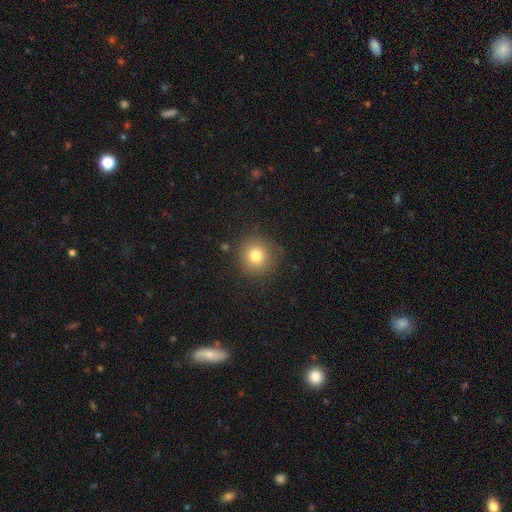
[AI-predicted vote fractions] Smooth or featured? Predicted: smooth (p=0.78). How rounded? Predicted: round (p=0.92). Merging? Predicted: none (p=0.86).